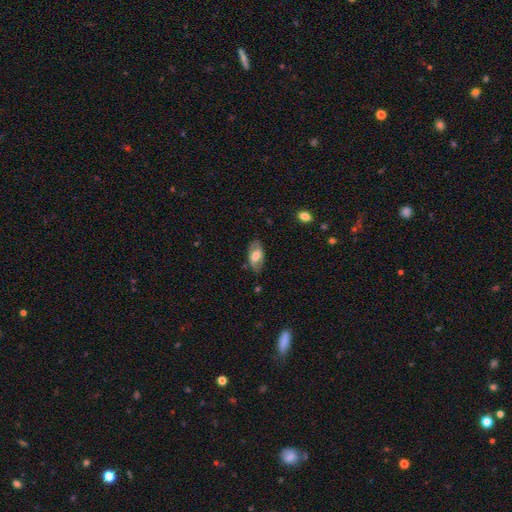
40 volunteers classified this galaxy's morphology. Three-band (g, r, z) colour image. It shows a smooth galaxy with no disk features (62%) that is in between round and cigar-shaped (80%). Merging: none (62%).